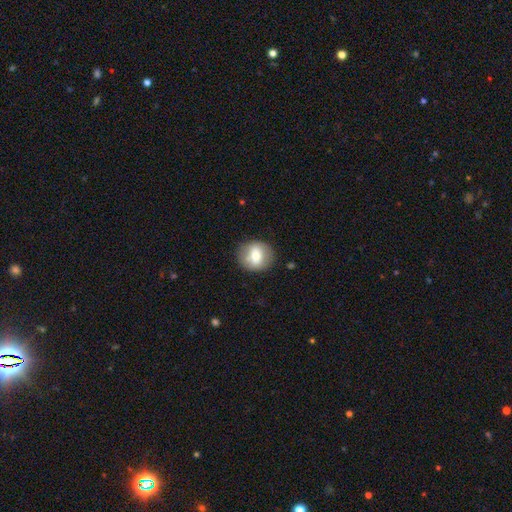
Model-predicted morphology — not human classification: A smooth galaxy with no disk features (66%) that is round (79%). Merging: none (82%).